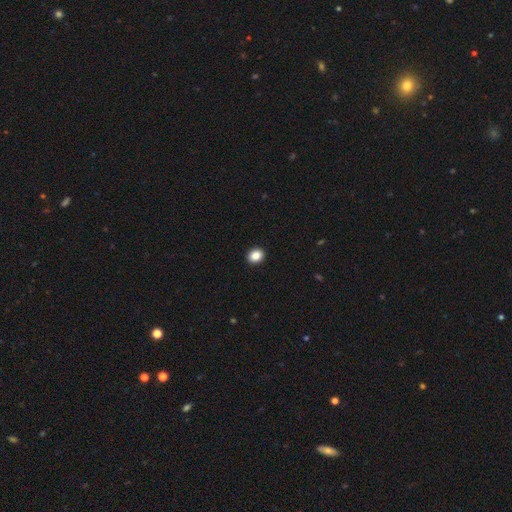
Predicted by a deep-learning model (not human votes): smooth 87%, star or artifact 9%, featured or disk 3%. Down the decision tree: how rounded — round (55%); merging — none (93%).